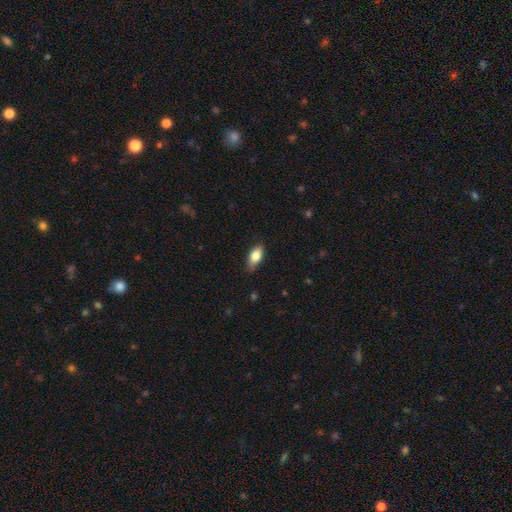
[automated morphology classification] A smooth galaxy with no disk features (79%) that is in between round and cigar-shaped (87%).

Vote fractions:
- Smooth or featured? smooth: 79% / featured or disk: 14% / star or artifact: 7%
- How rounded? in between: 87% / cigar-shaped: 9% / round: 4%
- Merging? none: 79% / minor disturbance: 17% / major disturbance: 3% / merger: 1%